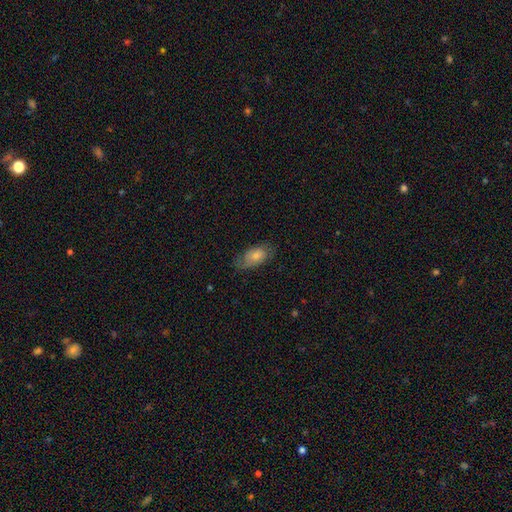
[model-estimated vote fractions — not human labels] The model was most divided on "merging": none: 64%, minor disturbance: 26%, major disturbance: 9%, merger: 1%. More confident: how rounded — in between (91%); smooth or featured — smooth (70%).